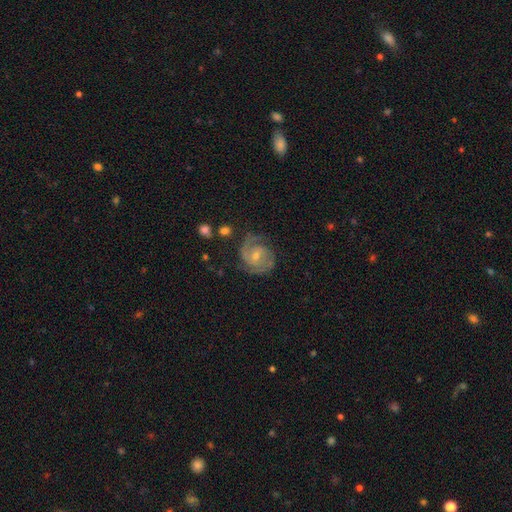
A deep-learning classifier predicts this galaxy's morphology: smooth-or-featured: featured or disk: 83% | smooth: 11% | star or artifact: 5%
  disk-edge-on: no: 98% | yes: 2%
    bar: no: 46% | weak: 45% | strong: 8%
    has-spiral-arms: yes: 95% | no: 5%
      spiral-winding: tight: 45% | medium: 43% | loose: 11%
      spiral-arm-count: 2: 72% | can't tell: 11% | 3: 8% | 1: 5% | 4: 2% | more than 4: 2%
    bulge-size: moderate: 48% | small: 47% | none: 2% | large: 2% | dominant: 1%
  merging: none: 69% | minor disturbance: 20% | major disturbance: 9% | merger: 2%